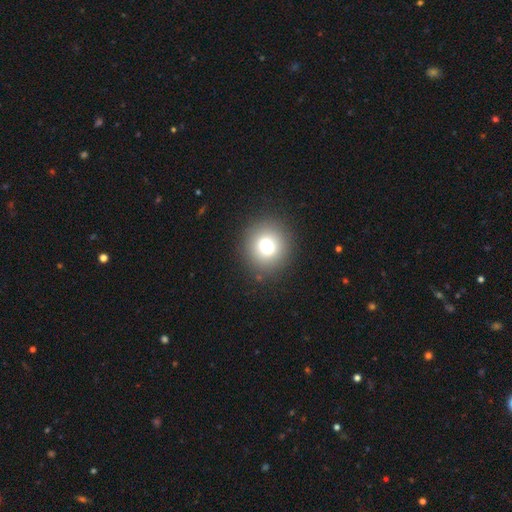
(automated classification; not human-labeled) A smooth galaxy with no disk features (68%) that is round (91%).

Vote fractions:
- Smooth or featured? smooth: 68% / star or artifact: 23% / featured or disk: 9%
- How rounded? round: 91% / in between: 8% / cigar-shaped: 1%
- Merging? none: 92% / minor disturbance: 5% / major disturbance: 2% / merger: 1%